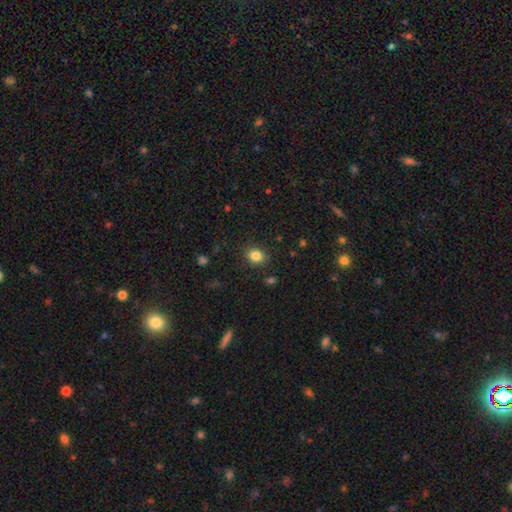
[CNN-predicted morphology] Smooth or featured? Predicted: smooth (p=0.84). How rounded? Predicted: round (p=0.58). Merging? Predicted: none (p=0.87).